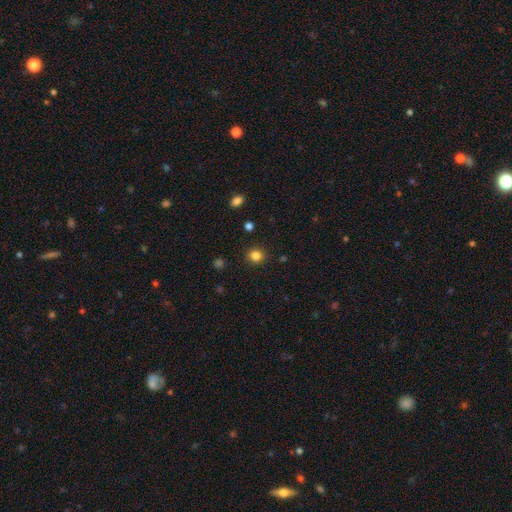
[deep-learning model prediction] smooth_or_featured: smooth (p=0.83) [alt: star or artifact p=0.13]
how_rounded: round (p=0.85) [alt: in between p=0.15]
merging: none (p=0.90) [alt: minor disturbance p=0.06]